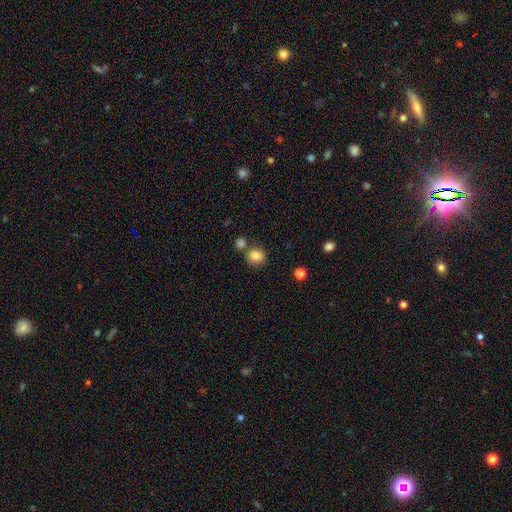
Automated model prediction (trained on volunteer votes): This appears to be a smooth galaxy with no disk features (83%) that is round (79%). Merging: none (72%).